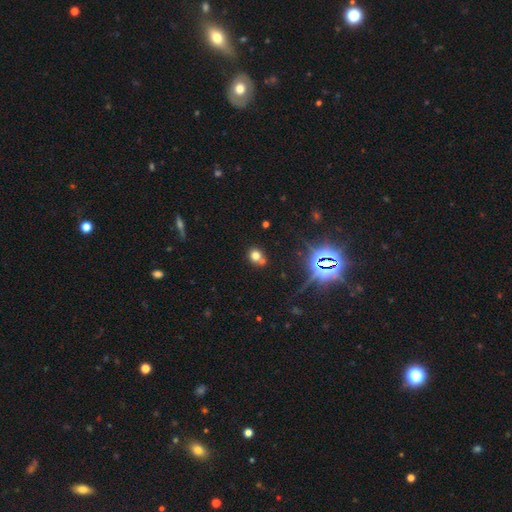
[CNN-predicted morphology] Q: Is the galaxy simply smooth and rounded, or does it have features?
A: smooth — 67%.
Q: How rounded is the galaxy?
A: round — 72%.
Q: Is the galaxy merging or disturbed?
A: none — 53%.